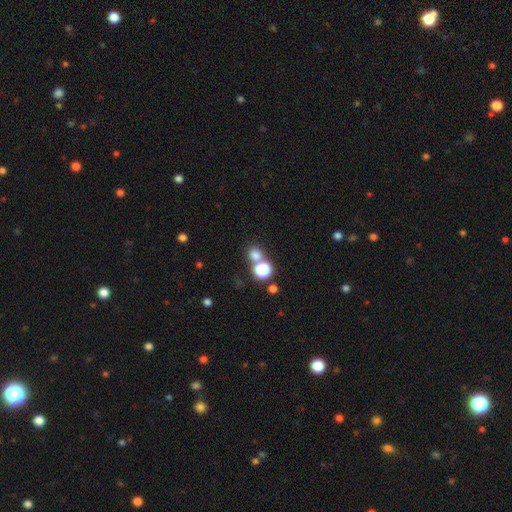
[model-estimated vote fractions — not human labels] smooth-or-featured: smooth: 72% | star or artifact: 21% | featured or disk: 7%
  how-rounded: round: 81% | in between: 18% | cigar-shaped: 1%
  merging: none: 59% | merger: 30% | minor disturbance: 7% | major disturbance: 4%